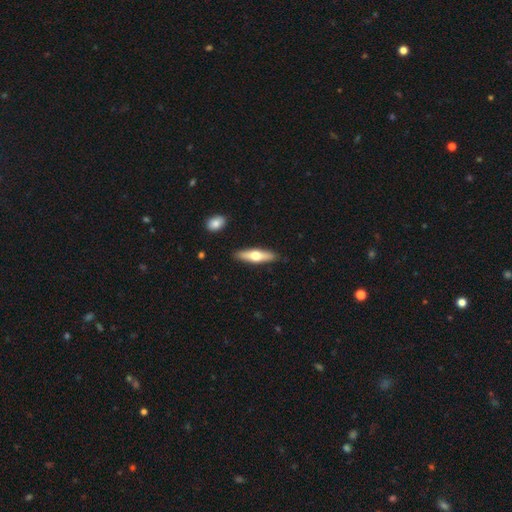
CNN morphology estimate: type=smooth (48%); merging=none (88%).